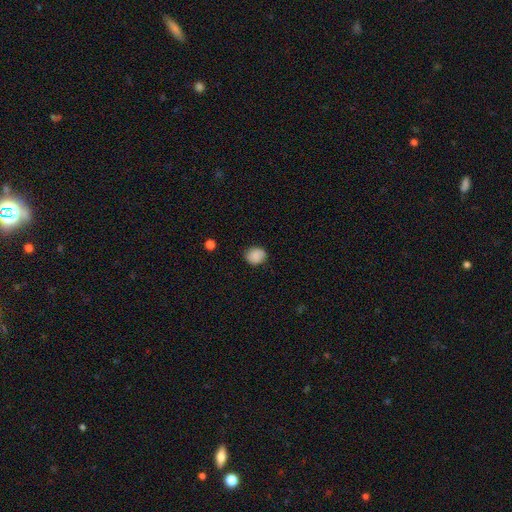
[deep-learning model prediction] Smooth or featured?
  - smooth: 85% *
  - star or artifact: 9%
  - featured or disk: 6%
How rounded?
  - round: 69% *
  - in between: 30%
  - cigar-shaped: 1%
Merging?
  - none: 82% *
  - minor disturbance: 14%
  - major disturbance: 3%
  - merger: 1%